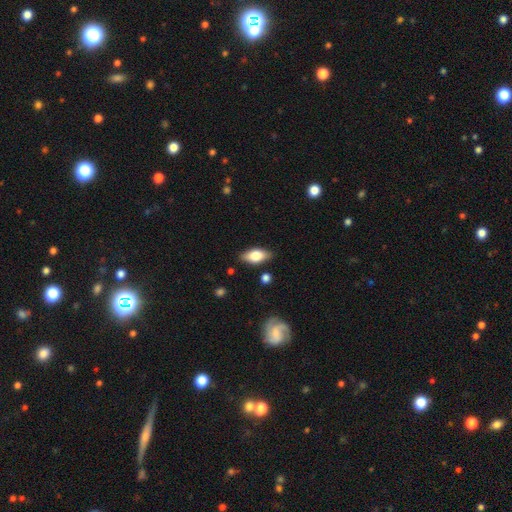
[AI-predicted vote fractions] Smooth or featured: smooth — 71% (featured or disk — 22%)
How rounded: in between — 86% (cigar-shaped — 10%)
Merging: none — 83% (minor disturbance — 13%)